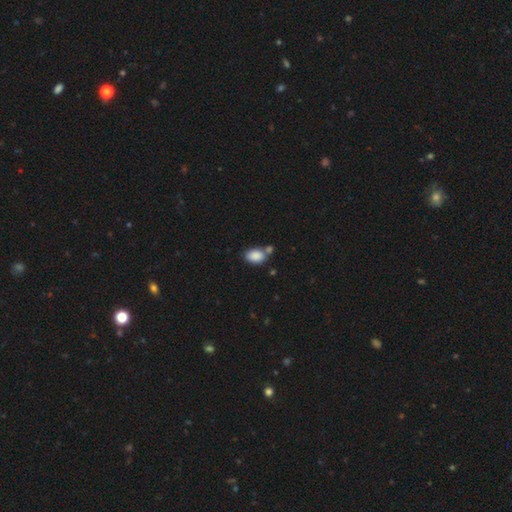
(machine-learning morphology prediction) This appears to be a smooth galaxy with no disk features (87%) that is in between round and cigar-shaped (85%). Merging: none (55%).